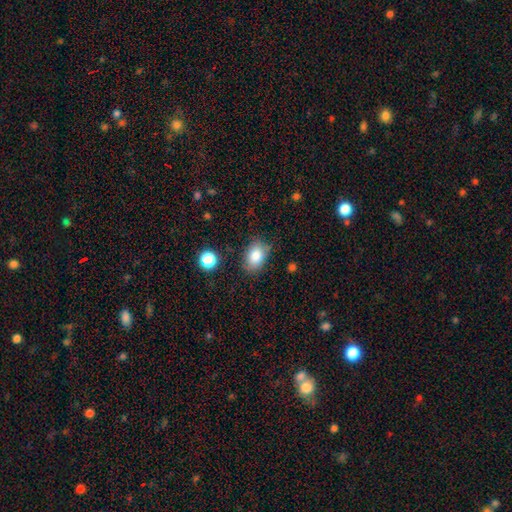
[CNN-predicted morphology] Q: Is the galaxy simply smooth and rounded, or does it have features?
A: smooth — 82%.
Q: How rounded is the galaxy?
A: in between — 78%.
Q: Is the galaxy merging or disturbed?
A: none — 76%.